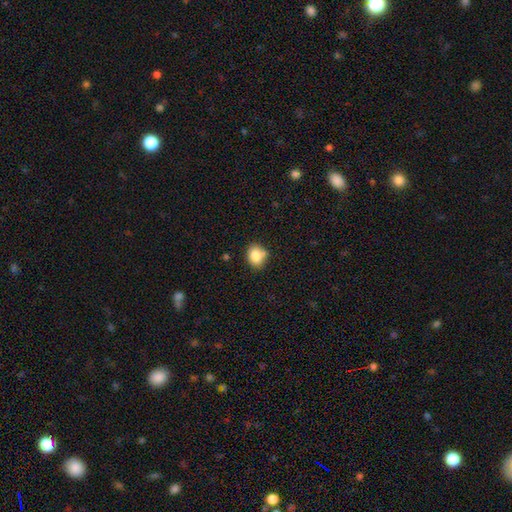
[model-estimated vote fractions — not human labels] The model was most divided on "how rounded": round: 63%, in between: 36%, cigar-shaped: 1%. More confident: smooth or featured — smooth (82%); merging — none (71%).